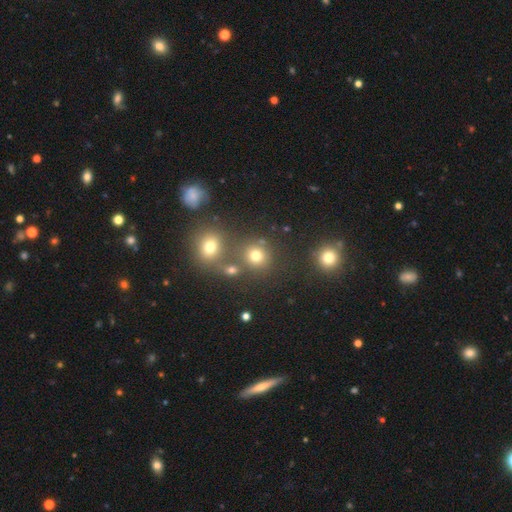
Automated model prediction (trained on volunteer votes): smooth 72%, star or artifact 19%, featured or disk 8%. Down the decision tree: how rounded — round (86%); merging — none (69%).